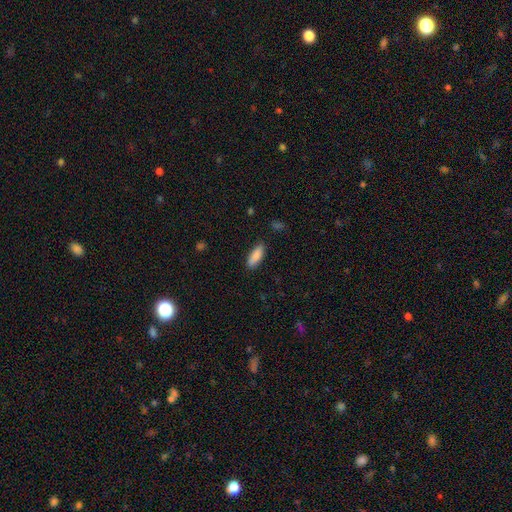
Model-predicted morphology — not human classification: This appears to be a smooth galaxy with no disk features (88%) that is in between round and cigar-shaped (63%). Merging: none (85%).